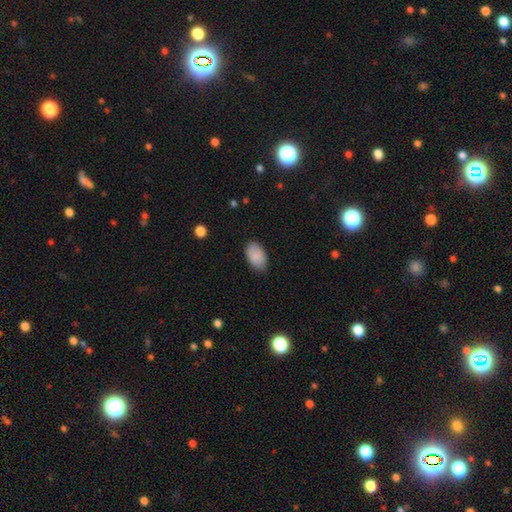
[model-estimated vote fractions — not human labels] Smooth or featured: smooth — 88% (star or artifact — 7%)
How rounded: in between — 93% (round — 6%)
Merging: none — 78% (minor disturbance — 17%)